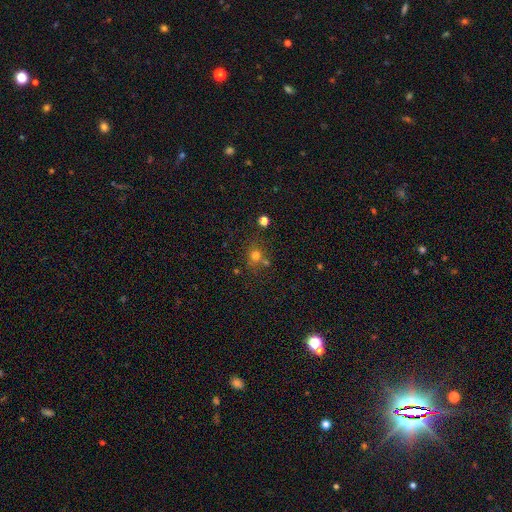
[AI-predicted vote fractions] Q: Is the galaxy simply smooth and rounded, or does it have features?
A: smooth — 70%.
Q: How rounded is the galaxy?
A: round — 79%.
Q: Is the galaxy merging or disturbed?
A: none — 63%.